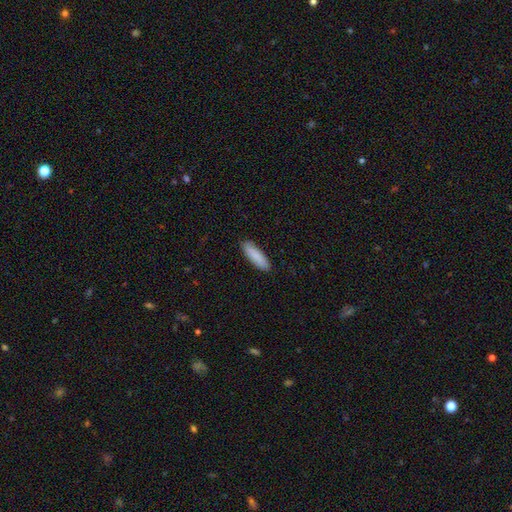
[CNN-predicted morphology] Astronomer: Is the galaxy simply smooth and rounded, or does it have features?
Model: smooth — 88%.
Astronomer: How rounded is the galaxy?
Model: cigar-shaped — 55% (runner-up: in between, 43%).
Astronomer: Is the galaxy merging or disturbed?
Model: none — 88%.